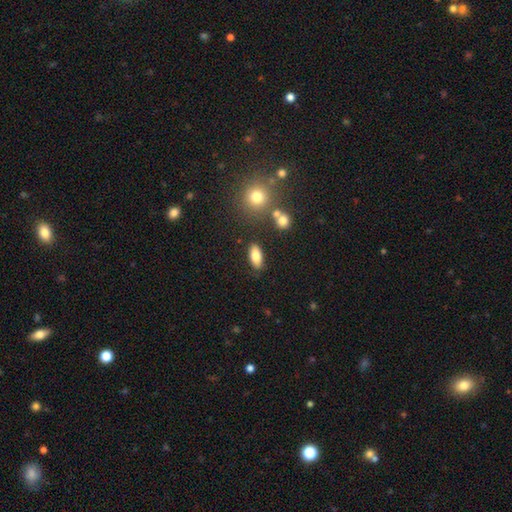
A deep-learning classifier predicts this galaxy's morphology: This appears to be a smooth galaxy with no disk features (81%) that is in between round and cigar-shaped (86%). Merging: none (84%).